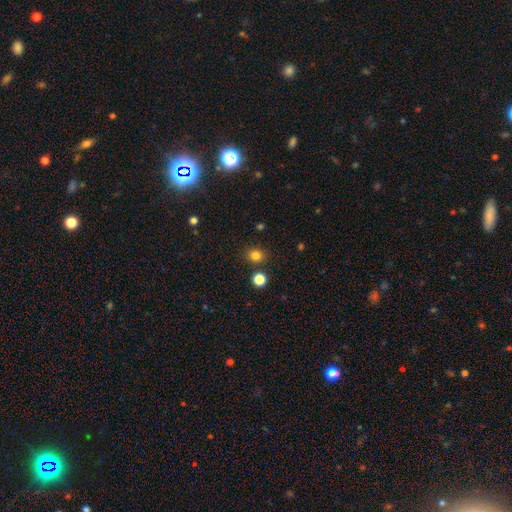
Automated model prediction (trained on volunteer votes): A smooth galaxy with no disk features (81%) that is round (80%).

Vote fractions:
- Smooth or featured? smooth: 81% / star or artifact: 15% / featured or disk: 5%
- How rounded? round: 80% / in between: 19% / cigar-shaped: 1%
- Merging? none: 85% / minor disturbance: 7% / merger: 5% / major disturbance: 2%